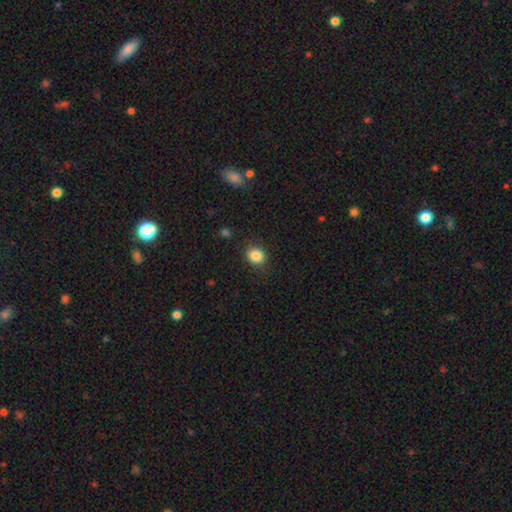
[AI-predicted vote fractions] Smooth or featured? smooth (86%)
How rounded? round (67%)
Merging? none (87%)